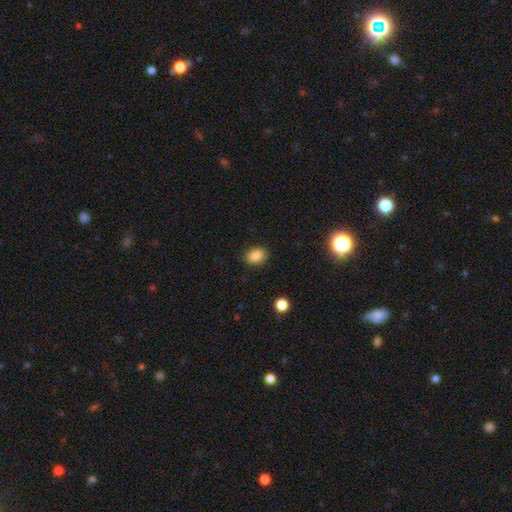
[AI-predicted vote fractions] Smooth or featured? smooth (85%)
How rounded? in between (60%)
Merging? none (87%)